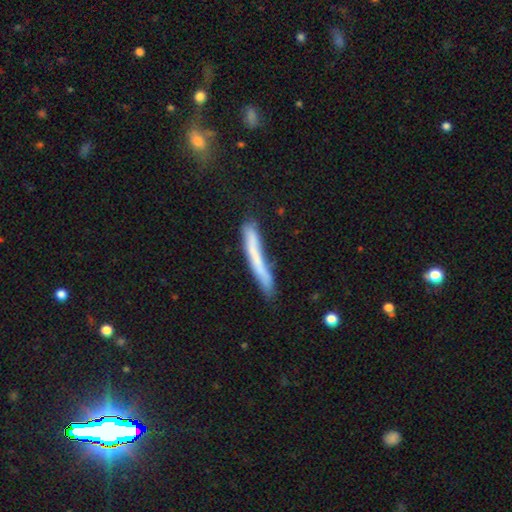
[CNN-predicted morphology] The model was most divided on "smooth or featured": smooth: 61%, featured or disk: 32%, star or artifact: 7%. More confident: how rounded — cigar-shaped (96%); merging — none (62%).